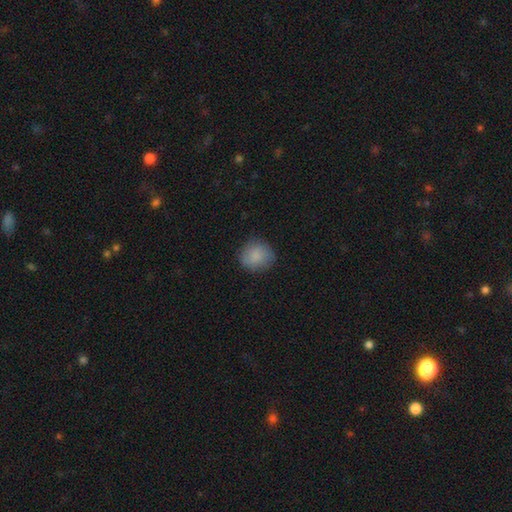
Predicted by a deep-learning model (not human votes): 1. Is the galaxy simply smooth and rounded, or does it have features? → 85% smooth, 8% featured or disk, 8% star or artifact.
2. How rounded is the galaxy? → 87% round, 12% in between, 1% cigar-shaped.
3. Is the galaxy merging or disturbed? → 81% none, 14% minor disturbance, 4% major disturbance, 1% merger.